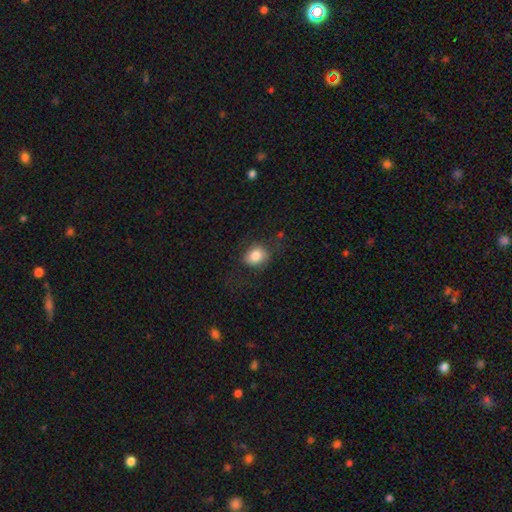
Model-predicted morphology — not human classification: Q: Smooth or featured?
A: smooth (83%); runner-up: featured or disk (9%)
Q: How rounded?
A: round (57%); runner-up: in between (42%)
Q: Merging?
A: none (71%); runner-up: minor disturbance (18%)